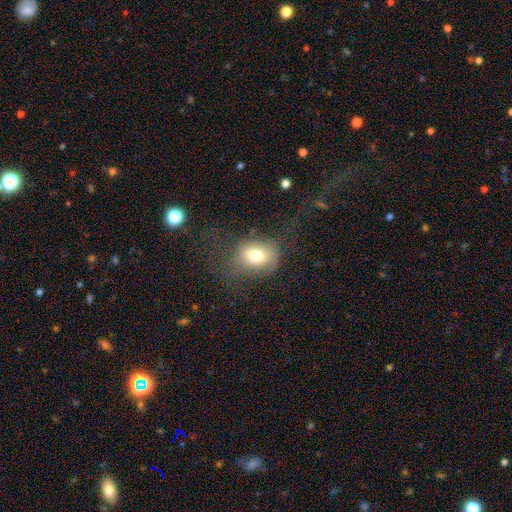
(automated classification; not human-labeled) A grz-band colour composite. It shows a smooth galaxy with no disk features (72%) that is in between round and cigar-shaped (58%). Merging: none (49%).